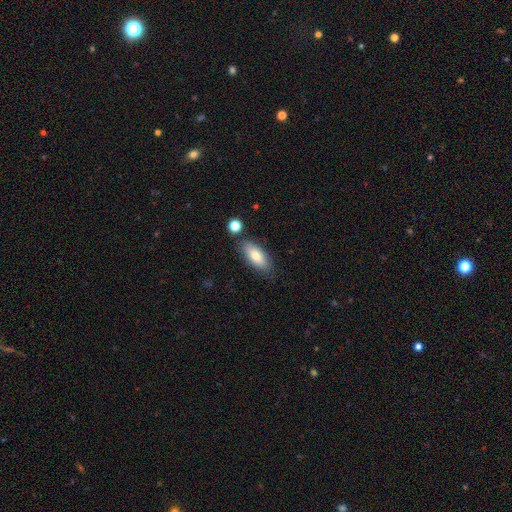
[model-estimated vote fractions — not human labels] A smooth galaxy with no disk features (76%) that is in between round and cigar-shaped (82%).

Vote fractions:
- Smooth or featured? smooth: 76% / featured or disk: 17% / star or artifact: 7%
- How rounded? in between: 82% / cigar-shaped: 16% / round: 3%
- Merging? none: 77% / minor disturbance: 14% / merger: 6% / major disturbance: 3%